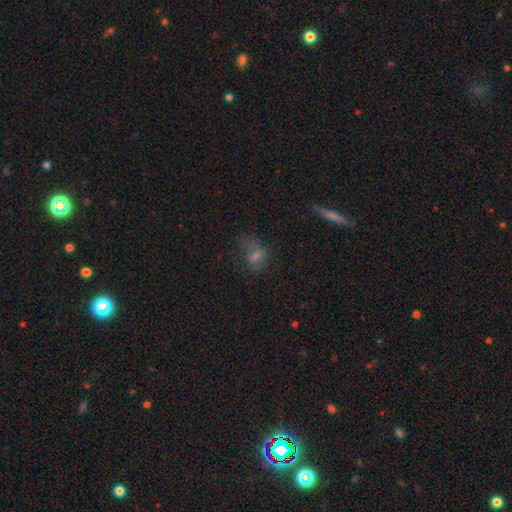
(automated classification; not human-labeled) Smooth or featured? smooth (48%)
Merging? none (43%)